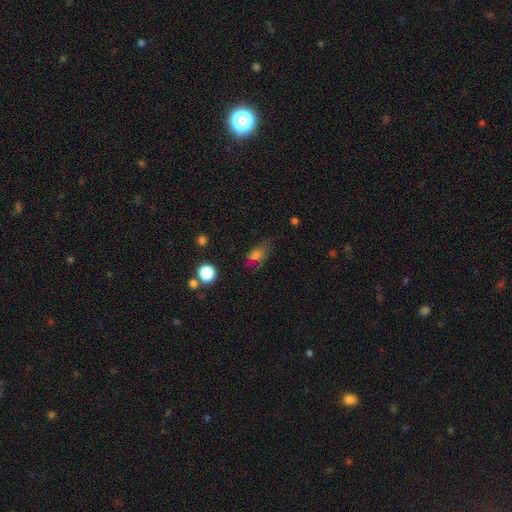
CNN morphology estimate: The model was most divided on "merging": none: 55%, minor disturbance: 28%, major disturbance: 14%, merger: 3%. More confident: how rounded — in between (75%); smooth or featured — smooth (66%).